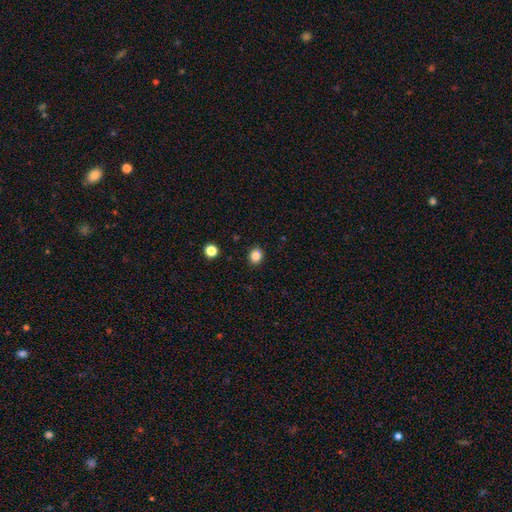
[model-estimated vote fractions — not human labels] This appears to be a smooth galaxy with no disk features (84%) that is round (69%). Merging: none (89%).